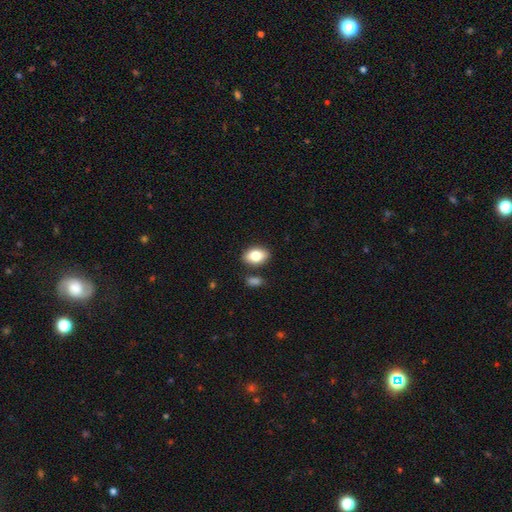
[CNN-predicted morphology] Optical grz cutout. It shows a smooth galaxy with no disk features (82%) that is in between round and cigar-shaped (85%). Merging: none (81%).